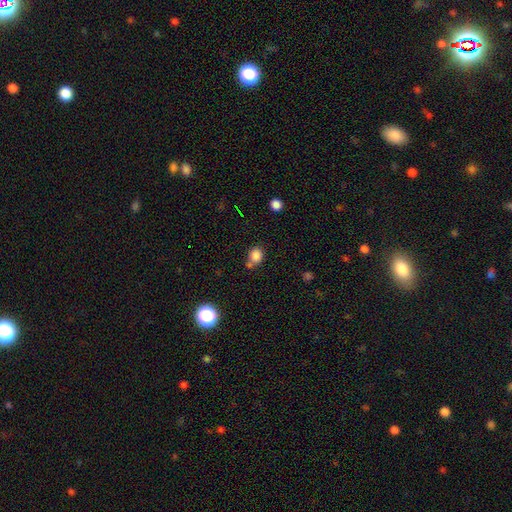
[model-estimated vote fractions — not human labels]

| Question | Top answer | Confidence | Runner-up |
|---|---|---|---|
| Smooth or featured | smooth | 83% | star or artifact (12%) |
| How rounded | round | 63% | in between (36%) |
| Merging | none | 57% | merger (20%) |